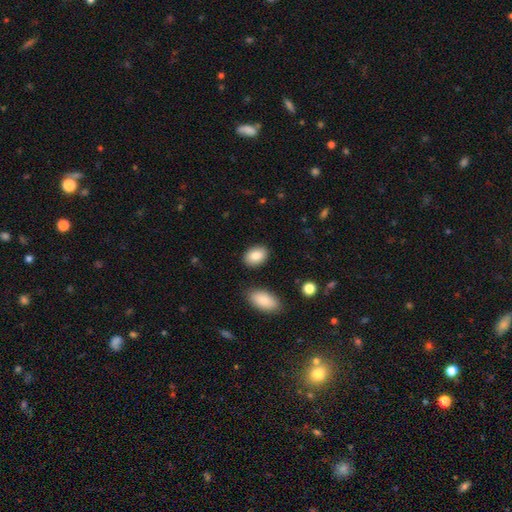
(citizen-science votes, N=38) smooth_or_featured: smooth (p=0.92) [alt: featured or disk p=0.05]
how_rounded: in between (p=0.86) [alt: round p=0.14]
merging: none (p=0.92) [alt: minor disturbance p=0.05]